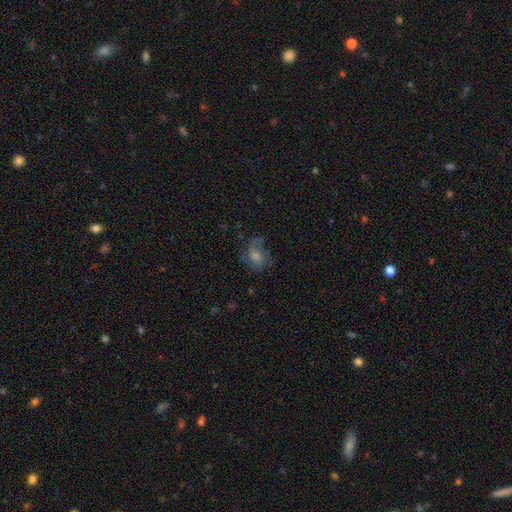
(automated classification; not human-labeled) Morphology: type=featured or disk (51%); edge-on=no (96%); merging=none (62%).